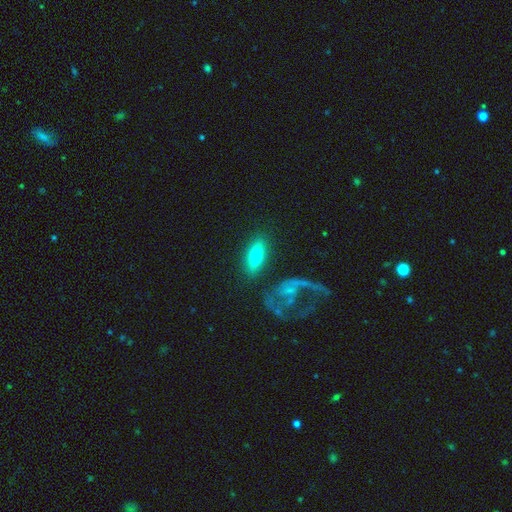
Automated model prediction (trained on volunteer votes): Smooth or featured? smooth (64%)
How rounded? in between (61%)
Merging? none (77%)